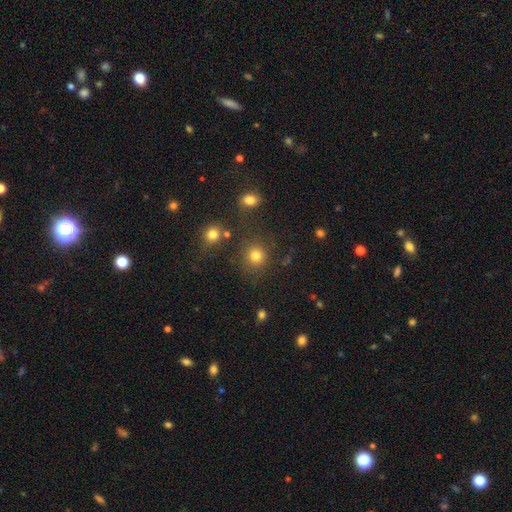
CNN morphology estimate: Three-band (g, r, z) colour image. It shows a smooth galaxy with no disk features (79%) that is round (87%). Merging: none (77%).